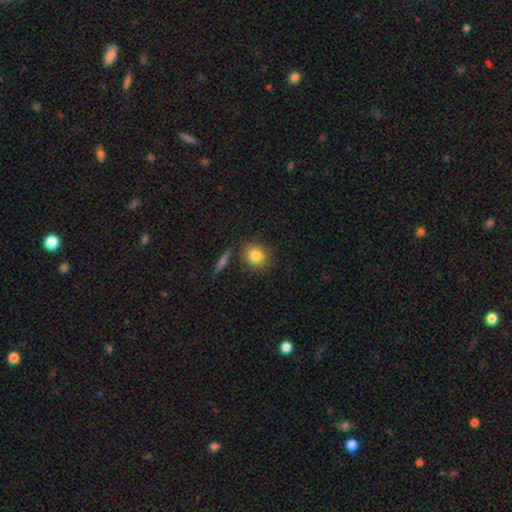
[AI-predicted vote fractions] smooth_or_featured: smooth (p=0.84) [alt: star or artifact p=0.09]
how_rounded: round (p=0.77) [alt: in between p=0.21]
merging: none (p=0.81) [alt: minor disturbance p=0.10]